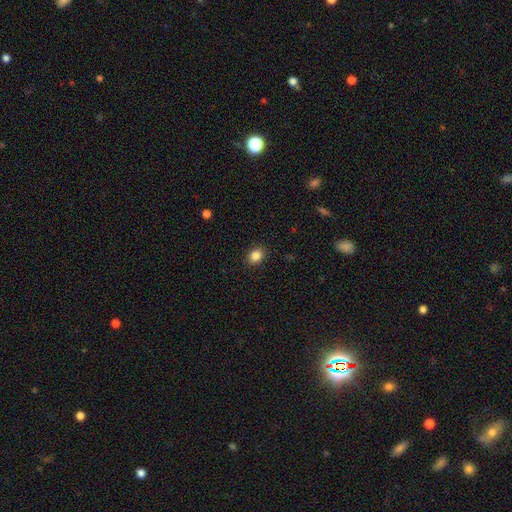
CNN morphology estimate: smooth 85%, star or artifact 10%, featured or disk 5%. Down the decision tree: how rounded — round (51%); merging — none (90%).